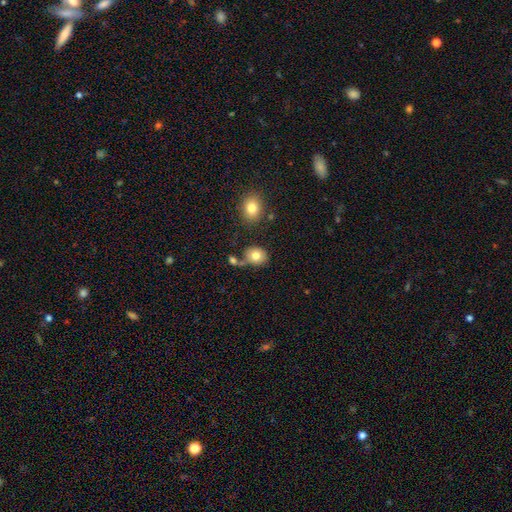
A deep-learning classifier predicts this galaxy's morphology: Smooth or featured? Predicted: smooth (p=0.79). How rounded? Predicted: round (p=0.60). Merging? Predicted: none (p=0.63).